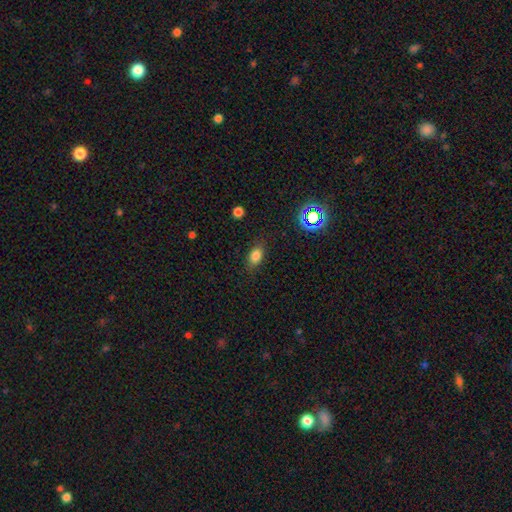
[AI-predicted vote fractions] A smooth galaxy with no disk features (79%) that is in between round and cigar-shaped (81%). Merging: none (82%).